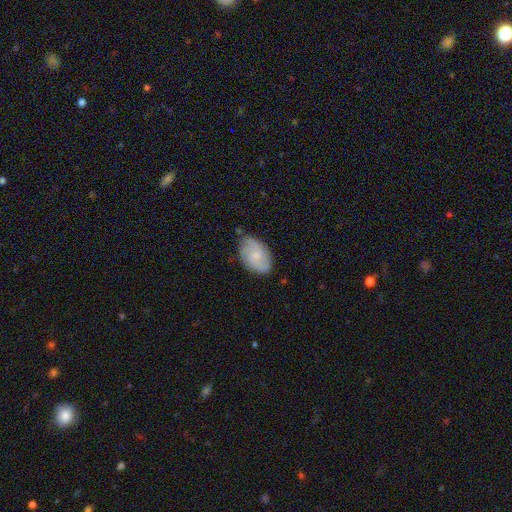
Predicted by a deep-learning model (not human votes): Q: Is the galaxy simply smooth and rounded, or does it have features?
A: smooth — 60%.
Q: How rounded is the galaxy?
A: in between — 90%.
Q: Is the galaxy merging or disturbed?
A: none — 68%.